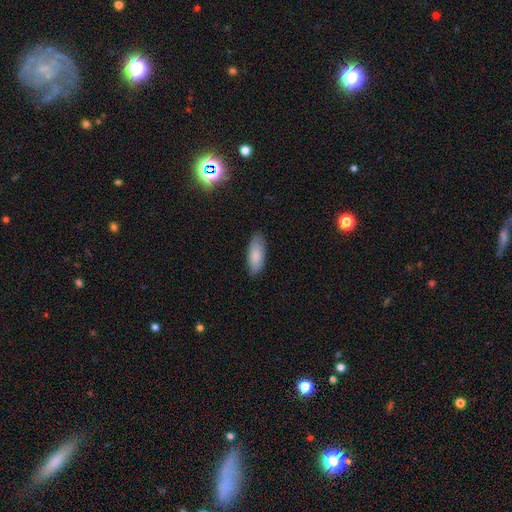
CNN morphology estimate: smooth-or-featured: smooth: 85% | featured or disk: 9% | star or artifact: 6%
  how-rounded: in between: 79% | cigar-shaped: 19% | round: 2%
  merging: none: 84% | minor disturbance: 13% | major disturbance: 2% | merger: 1%